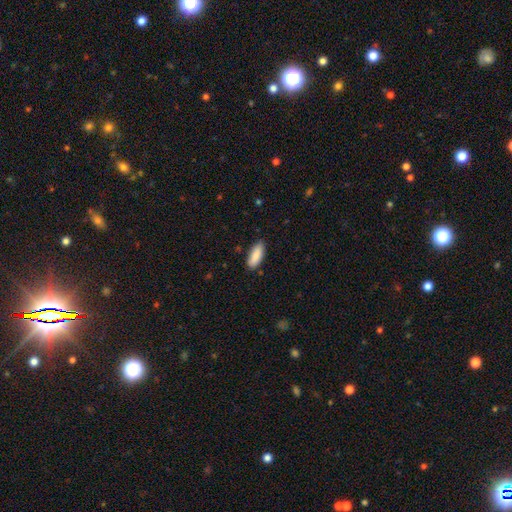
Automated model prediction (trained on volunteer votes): This is clearly a smooth galaxy (88%). How rounded: likely in between (73%). Merging: clearly none (84%).